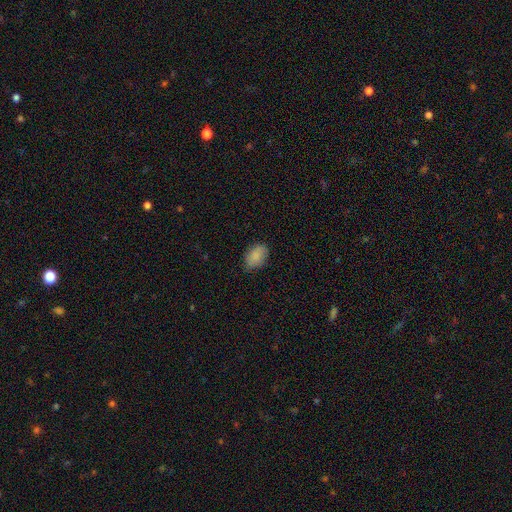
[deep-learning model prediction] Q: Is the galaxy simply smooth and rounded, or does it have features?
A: smooth — 87%.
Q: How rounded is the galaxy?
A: in between — 88%.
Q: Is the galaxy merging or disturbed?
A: none — 80%.